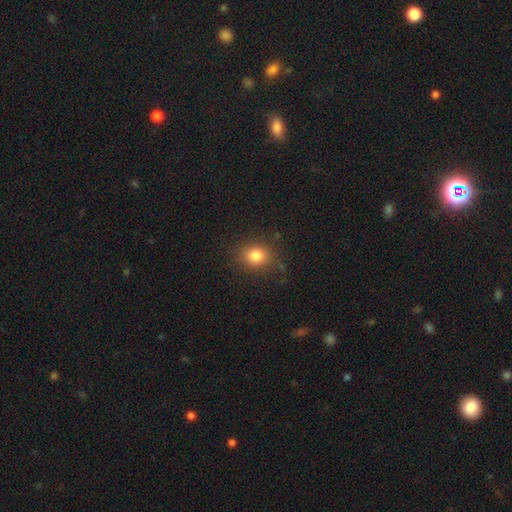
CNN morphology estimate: A smooth galaxy with no disk features (82%) that is round (65%).

Vote fractions:
- Smooth or featured? smooth: 82% / star or artifact: 12% / featured or disk: 6%
- How rounded? round: 65% / in between: 34% / cigar-shaped: 1%
- Merging? none: 83% / minor disturbance: 12% / major disturbance: 4% / merger: 1%